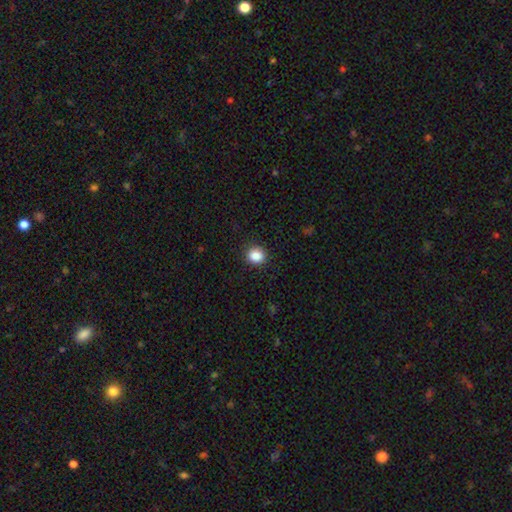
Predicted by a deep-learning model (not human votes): A smooth galaxy with no disk features (87%) that is round (80%). Merging: none (90%).